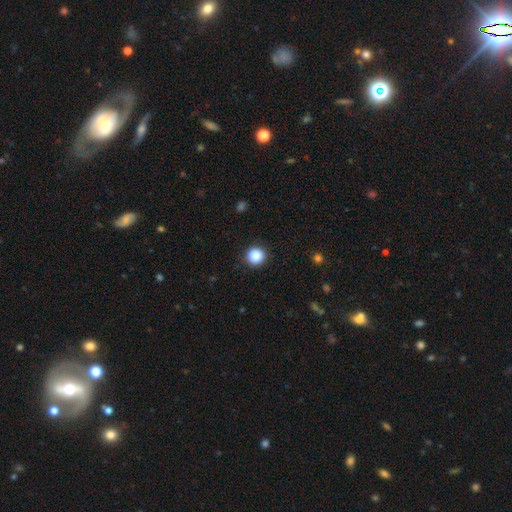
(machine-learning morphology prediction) A smooth galaxy with no disk features (87%) that is round (94%). Merging: none (91%).